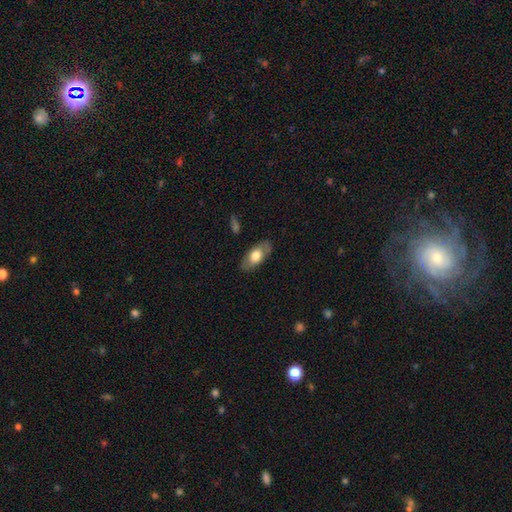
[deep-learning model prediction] Smooth or featured?
  - smooth: 64% *
  - featured or disk: 30%
  - star or artifact: 6%
How rounded?
  - in between: 90% *
  - cigar-shaped: 6%
  - round: 4%
Merging?
  - none: 81% *
  - minor disturbance: 14%
  - major disturbance: 3%
  - merger: 1%